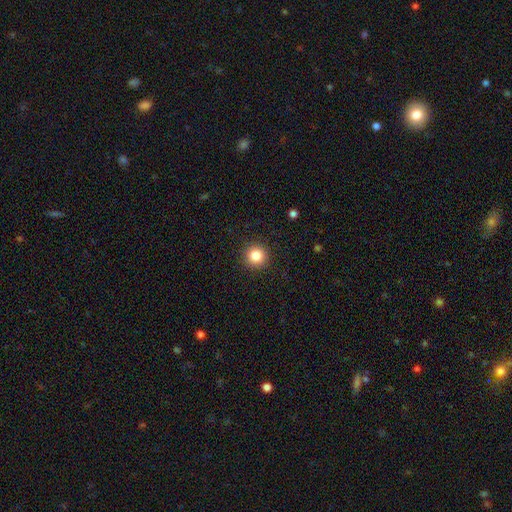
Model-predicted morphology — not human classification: A smooth galaxy with no disk features (85%) that is round (95%). Merging: none (92%).